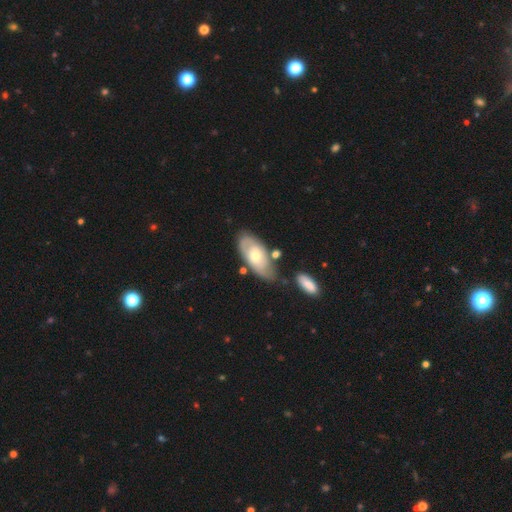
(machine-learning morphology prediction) featured or disk 54%, smooth 41%, star or artifact 5%. Down the decision tree: edge-on disk — no (88%); merging — none (61%).